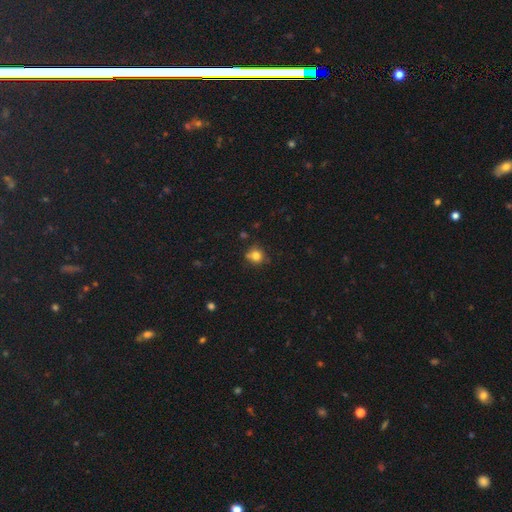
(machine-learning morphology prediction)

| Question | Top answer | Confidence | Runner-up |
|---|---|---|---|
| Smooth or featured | smooth | 78% | star or artifact (13%) |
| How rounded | round | 85% | in between (14%) |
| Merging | none | 68% | minor disturbance (19%) |